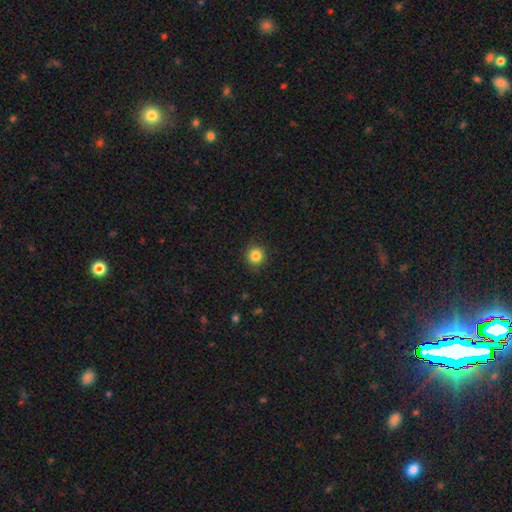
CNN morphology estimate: smooth 84%, star or artifact 11%, featured or disk 5%. Down the decision tree: how rounded — round (93%); merging — none (90%).